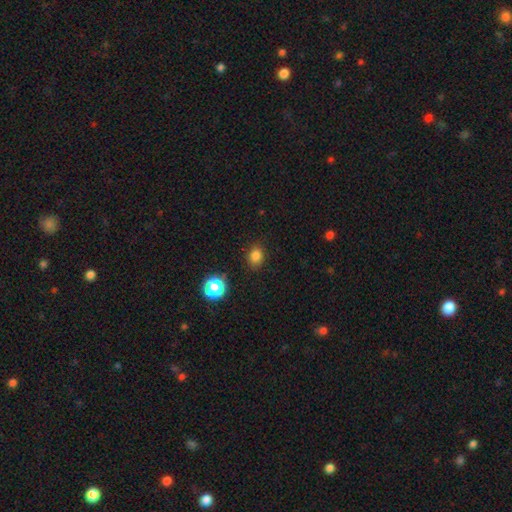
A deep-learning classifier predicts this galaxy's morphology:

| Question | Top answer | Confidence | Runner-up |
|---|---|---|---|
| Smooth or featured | smooth | 80% | star or artifact (15%) |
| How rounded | round | 53% | in between (46%) |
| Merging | none | 86% | minor disturbance (10%) |